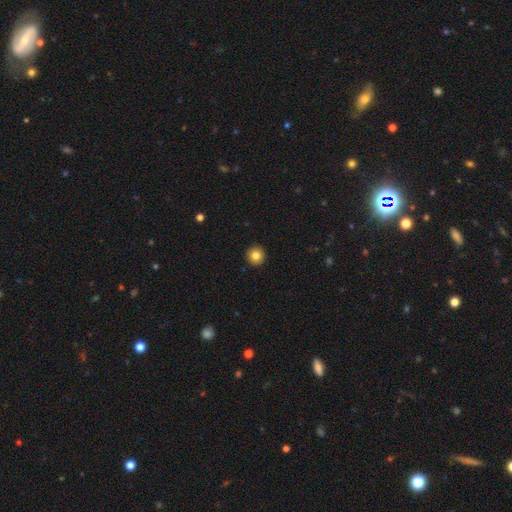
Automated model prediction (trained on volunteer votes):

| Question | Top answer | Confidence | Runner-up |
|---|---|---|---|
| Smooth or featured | smooth | 82% | star or artifact (10%) |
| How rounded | round | 95% | in between (4%) |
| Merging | none | 93% | minor disturbance (4%) |